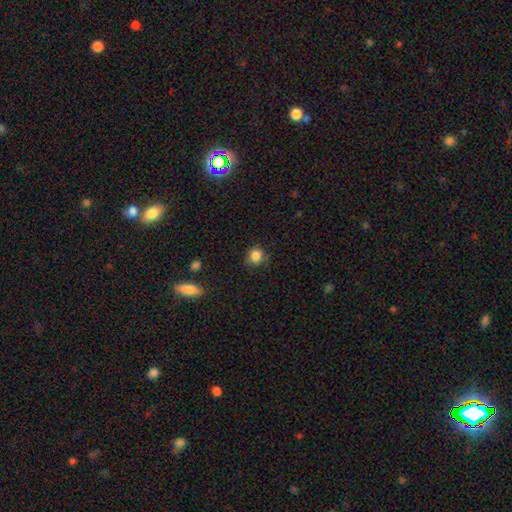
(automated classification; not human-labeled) A smooth galaxy with no disk features (85%) that is round (81%).

Vote fractions:
- Smooth or featured? smooth: 85% / star or artifact: 10% / featured or disk: 5%
- How rounded? round: 81% / in between: 18% / cigar-shaped: 1%
- Merging? none: 70% / minor disturbance: 22% / major disturbance: 6% / merger: 2%